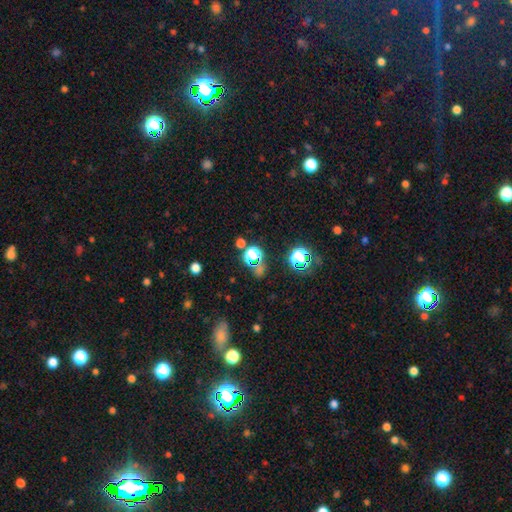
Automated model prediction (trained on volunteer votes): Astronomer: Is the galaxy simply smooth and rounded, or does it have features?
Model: star or artifact — 55% (runner-up: smooth, 37%).